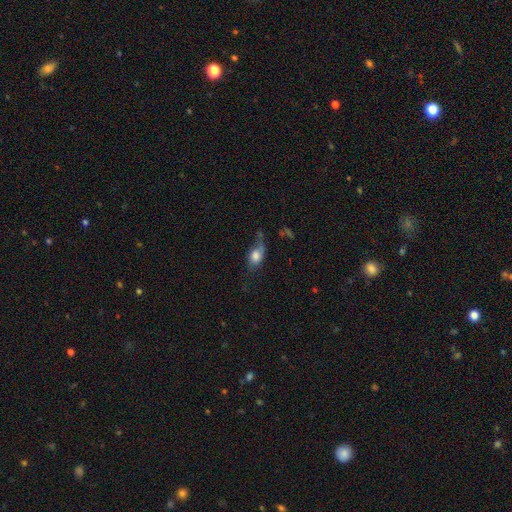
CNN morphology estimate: Smooth or featured: smooth — 64% (featured or disk — 27%)
How rounded: in between — 69% (round — 26%)
Merging: none — 36% (major disturbance — 29%)